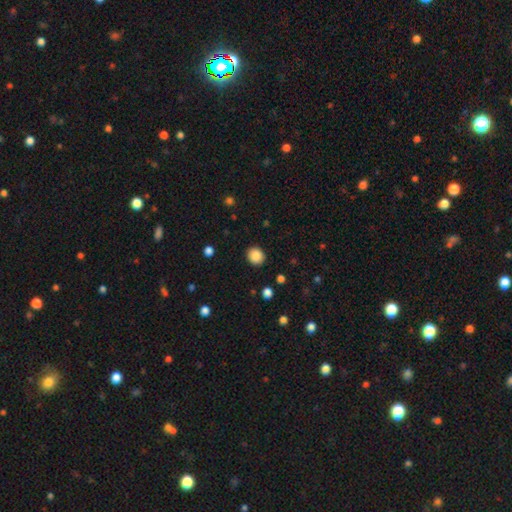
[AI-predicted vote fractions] smooth 87%, star or artifact 9%, featured or disk 3%. Down the decision tree: how rounded — round (84%); merging — none (91%).